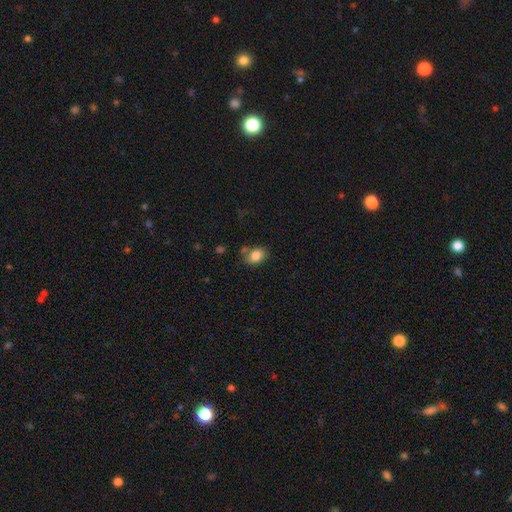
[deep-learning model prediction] This is clearly a smooth galaxy (84%). How rounded: likely in between (70%). Merging: likely none (69%).